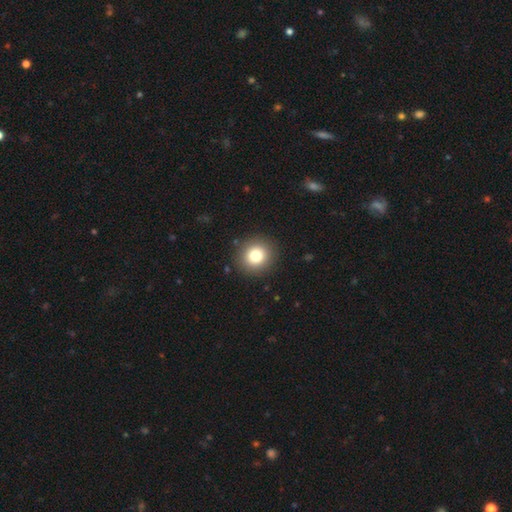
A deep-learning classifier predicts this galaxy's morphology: smooth-or-featured: smooth: 79% | star or artifact: 12% | featured or disk: 9%
  how-rounded: round: 91% | in between: 8% | cigar-shaped: 1%
  merging: none: 90% | minor disturbance: 6% | major disturbance: 2% | merger: 1%